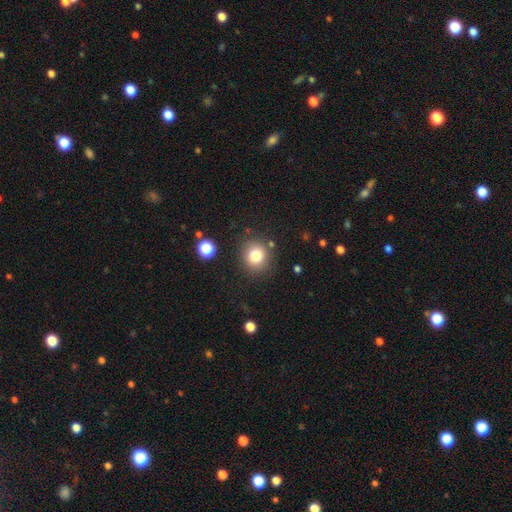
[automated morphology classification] This appears to be a smooth galaxy with no disk features (80%) that is round (87%). Merging: none (85%).